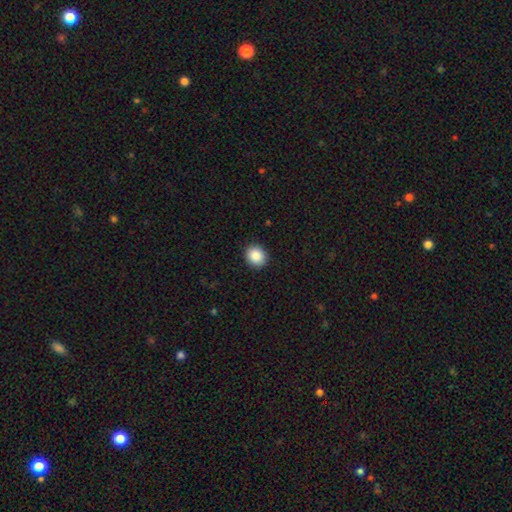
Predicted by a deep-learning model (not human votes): Q: Smooth or featured?
A: smooth (88%); runner-up: star or artifact (8%)
Q: How rounded?
A: round (78%); runner-up: in between (21%)
Q: Merging?
A: none (92%); runner-up: minor disturbance (6%)